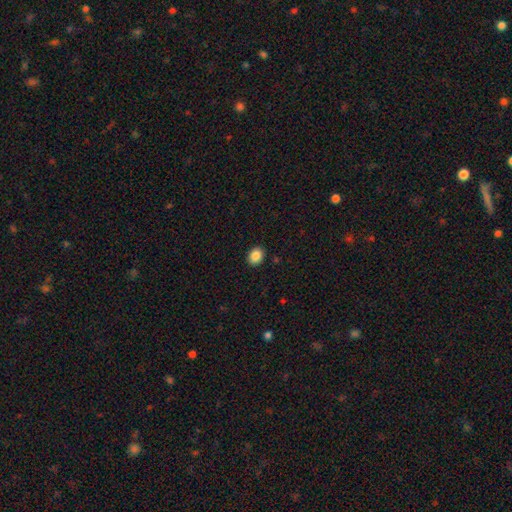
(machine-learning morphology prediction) Smooth or featured? smooth (88%)
How rounded? in between (56%)
Merging? none (91%)